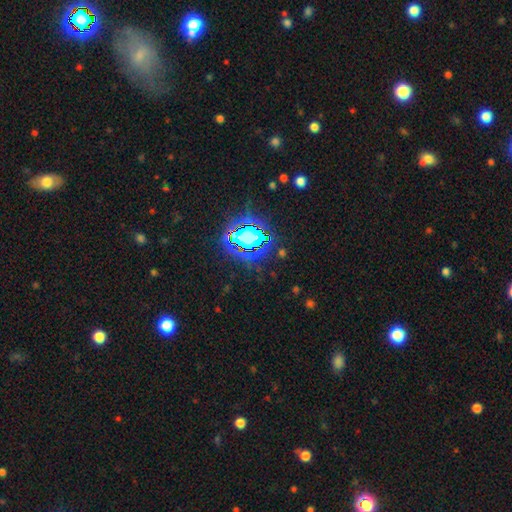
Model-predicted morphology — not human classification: The model was most divided on "smooth or featured": star or artifact: 81%, smooth: 11%, featured or disk: 8%.